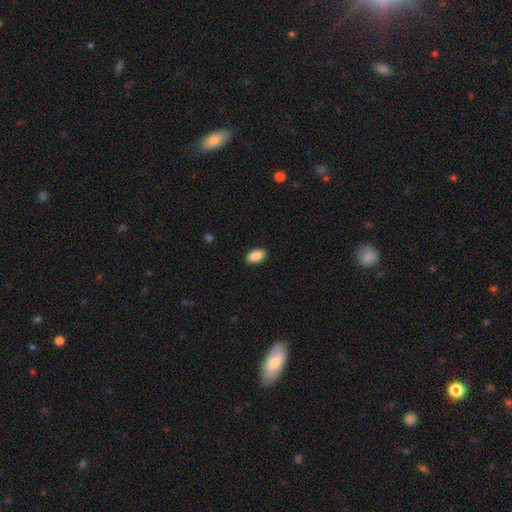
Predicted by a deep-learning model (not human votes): Overall: smooth (87%). How rounded: in between (92%). Merging: none (89%).